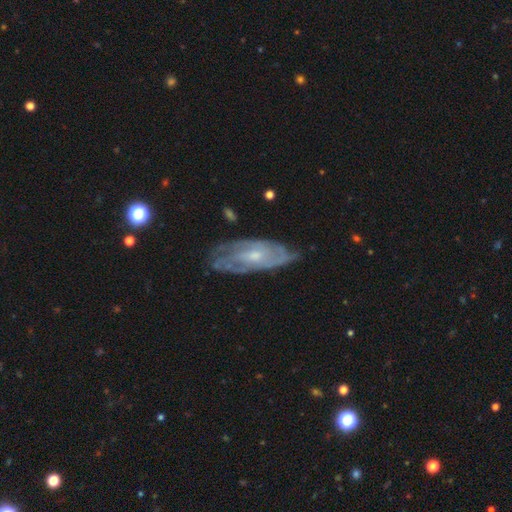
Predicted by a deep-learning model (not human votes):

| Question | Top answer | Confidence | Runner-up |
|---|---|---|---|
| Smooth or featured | featured or disk | 78% | smooth (16%) |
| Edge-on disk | no | 89% | yes (11%) |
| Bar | no | 61% | weak (33%) |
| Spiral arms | yes | 87% | no (13%) |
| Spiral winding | tight | 59% | medium (33%) |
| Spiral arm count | can't tell | 47% | 2 (26%) |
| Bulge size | small | 56% | moderate (37%) |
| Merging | none | 70% | minor disturbance (22%) |